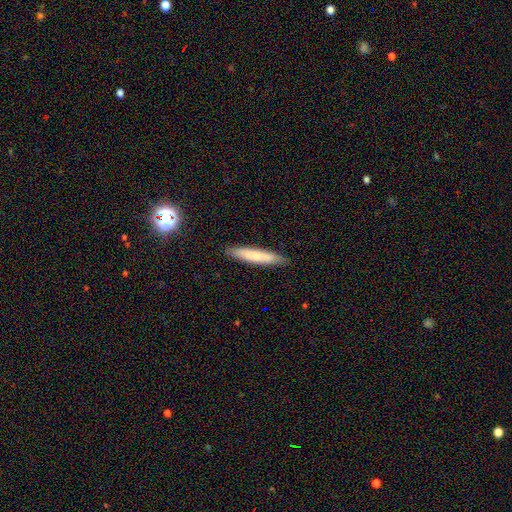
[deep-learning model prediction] This appears to be a smooth galaxy with no disk features (70%) that is cigar-shaped (92%). Merging: none (89%).